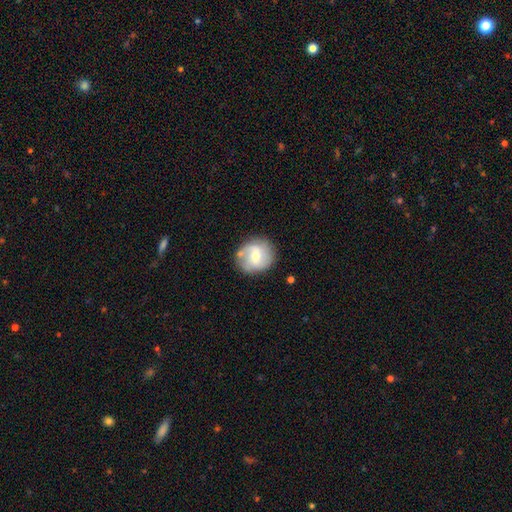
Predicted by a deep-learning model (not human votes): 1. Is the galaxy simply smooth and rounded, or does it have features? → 55% featured or disk, 38% smooth, 7% star or artifact.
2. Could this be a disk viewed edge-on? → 97% no, 3% yes.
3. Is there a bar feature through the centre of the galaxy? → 53% weak, 28% no, 19% strong.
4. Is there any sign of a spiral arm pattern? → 74% yes, 26% no.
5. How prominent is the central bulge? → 55% moderate, 39% small, 3% large, 2% none, 1% dominant.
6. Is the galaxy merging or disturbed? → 75% none, 16% minor disturbance, 6% major disturbance, 4% merger.